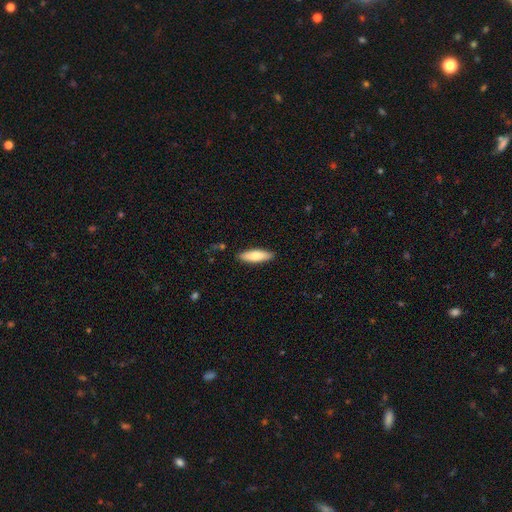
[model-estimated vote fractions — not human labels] Smooth or featured: smooth — 75% (featured or disk — 19%)
How rounded: cigar-shaped — 52% (in between — 46%)
Merging: none — 88% (minor disturbance — 9%)